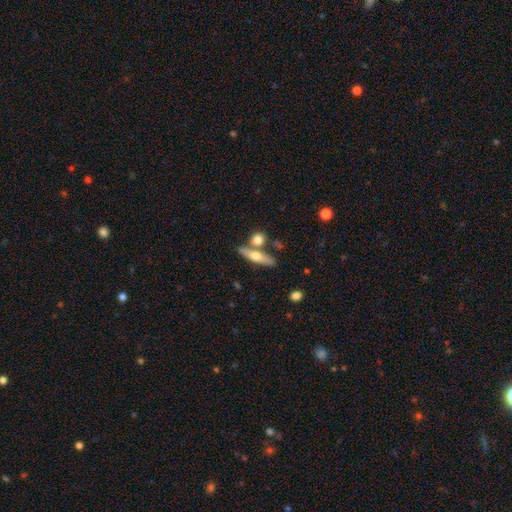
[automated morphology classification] smooth_or_featured: smooth (p=0.51) [alt: featured or disk p=0.43]
how_rounded: cigar-shaped (p=0.71) [alt: in between p=0.24]
merging: none (p=0.66) [alt: merger p=0.20]